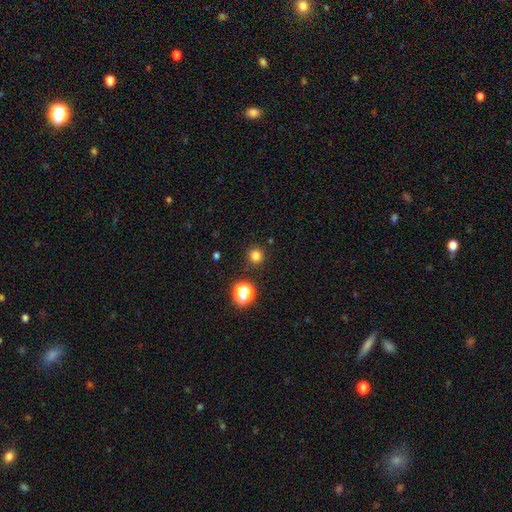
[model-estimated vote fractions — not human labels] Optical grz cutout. It shows a smooth galaxy with no disk features (79%) that is round (94%). Merging: none (89%).